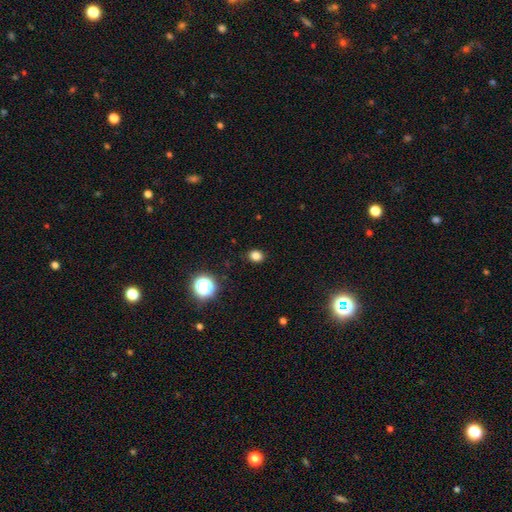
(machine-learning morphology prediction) Smooth or featured? smooth (81%)
How rounded? round (54%)
Merging? none (88%)